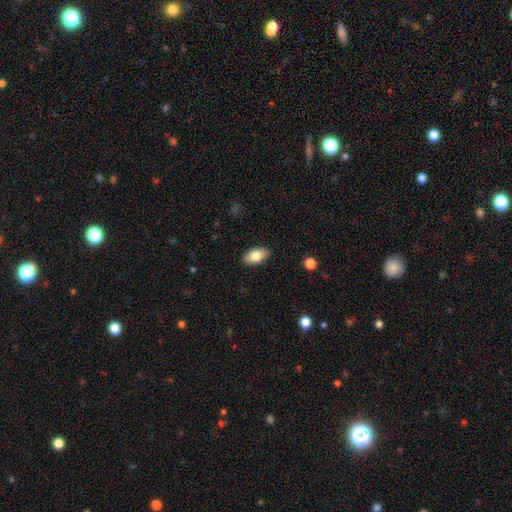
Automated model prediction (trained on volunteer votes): Smooth or featured? Predicted: smooth (p=0.81). How rounded? Predicted: in between (p=0.93). Merging? Predicted: none (p=0.88).